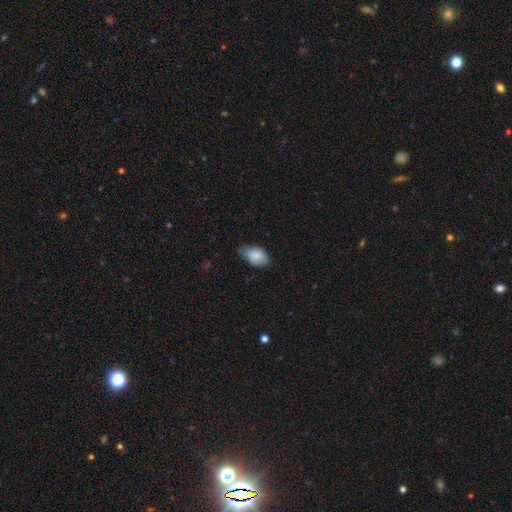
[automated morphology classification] The model was most divided on "merging": none: 48%, minor disturbance: 42%, major disturbance: 8%, merger: 2%. More confident: how rounded — in between (90%); smooth or featured — smooth (83%).